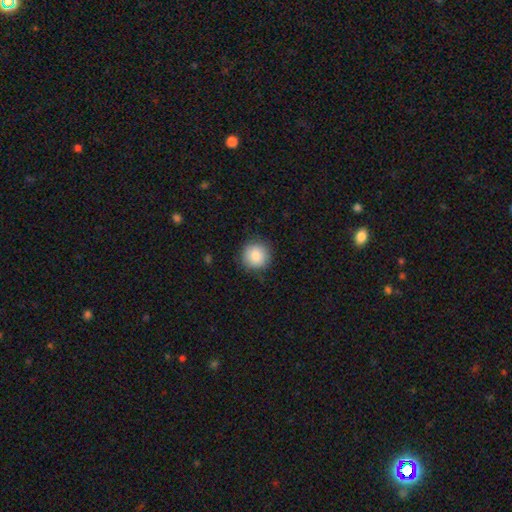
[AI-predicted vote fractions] This is clearly a smooth galaxy (85%). How rounded: clearly round (94%). Merging: clearly none (88%).